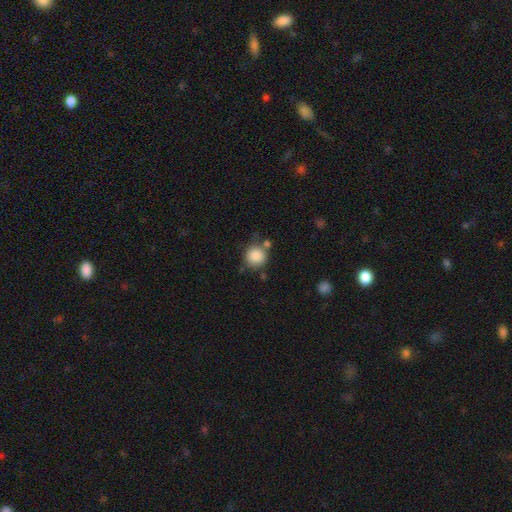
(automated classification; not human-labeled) Smooth or featured?
  - smooth: 86% *
  - star or artifact: 9%
  - featured or disk: 5%
How rounded?
  - round: 92% *
  - in between: 7%
  - cigar-shaped: 1%
Merging?
  - none: 71% *
  - minor disturbance: 14%
  - merger: 11%
  - major disturbance: 4%